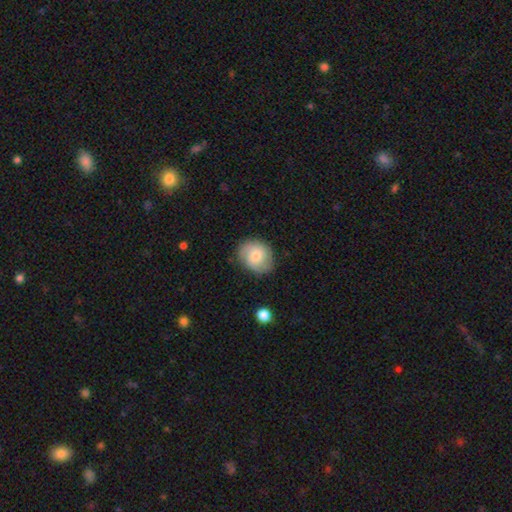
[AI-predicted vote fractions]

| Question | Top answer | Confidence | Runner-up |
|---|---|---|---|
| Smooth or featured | smooth | 53% | featured or disk (39%) |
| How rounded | round | 65% | in between (34%) |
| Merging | none | 78% | minor disturbance (16%) |